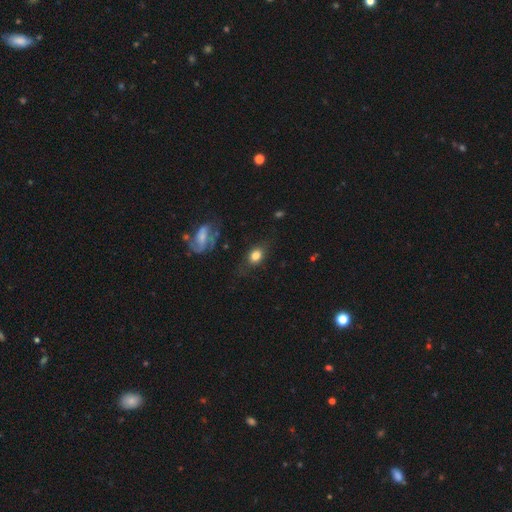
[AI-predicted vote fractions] Morphology: type=smooth (76%); roundness=in between (62%); merging=none (70%).